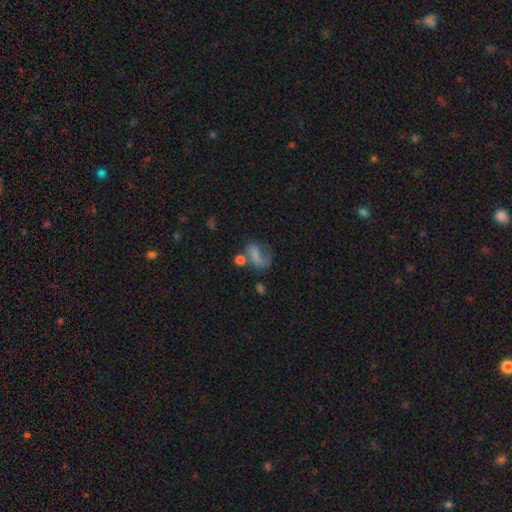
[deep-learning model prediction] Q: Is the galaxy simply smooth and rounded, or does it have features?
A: smooth — 55%.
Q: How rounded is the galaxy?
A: in between — 71%.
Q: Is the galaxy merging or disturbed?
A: major disturbance — 37%.